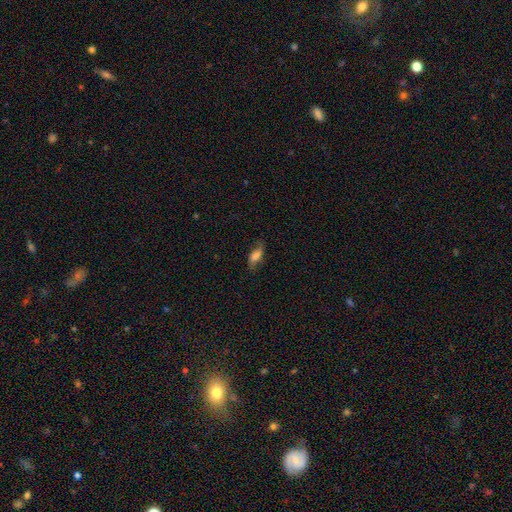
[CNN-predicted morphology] Smooth or featured? Predicted: smooth (p=0.69). How rounded? Predicted: in between (p=0.76). Merging? Predicted: none (p=0.69).